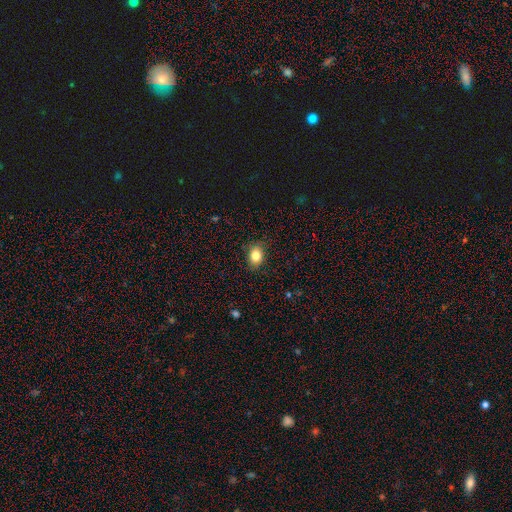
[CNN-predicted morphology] The model was most divided on "how rounded": in between: 69%, round: 29%, cigar-shaped: 1%. More confident: merging — none (85%); smooth or featured — smooth (83%).